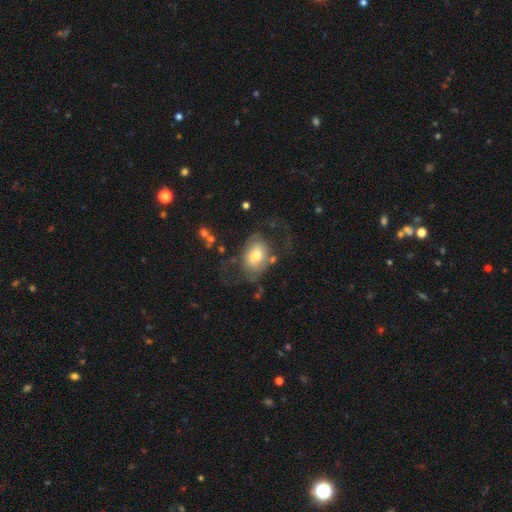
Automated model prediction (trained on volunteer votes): The model was most divided on "smooth or featured": smooth: 47%, featured or disk: 46%, star or artifact: 7%. Remaining: merging — none (42%).